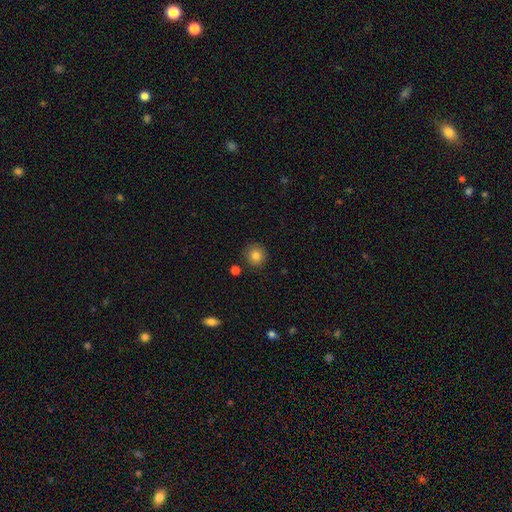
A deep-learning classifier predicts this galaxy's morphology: Smooth or featured?
  - smooth: 83% *
  - star or artifact: 11%
  - featured or disk: 6%
How rounded?
  - round: 93% *
  - in between: 6%
  - cigar-shaped: 1%
Merging?
  - none: 87% *
  - minor disturbance: 8%
  - merger: 3%
  - major disturbance: 2%